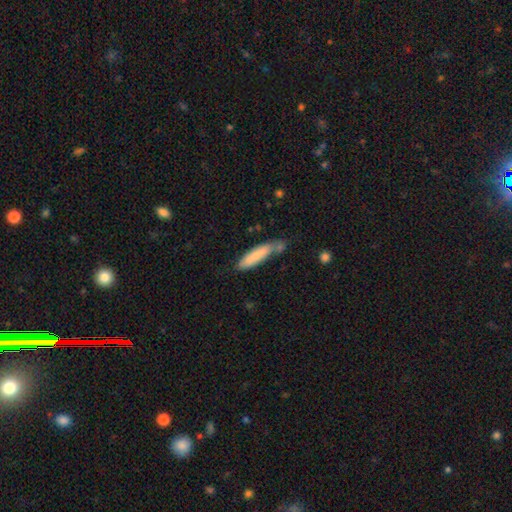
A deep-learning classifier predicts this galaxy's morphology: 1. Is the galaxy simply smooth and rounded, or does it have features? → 79% smooth, 15% featured or disk, 6% star or artifact.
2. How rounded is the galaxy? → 76% cigar-shaped, 22% in between, 1% round.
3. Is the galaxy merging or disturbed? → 52% none, 25% minor disturbance, 16% merger, 7% major disturbance.